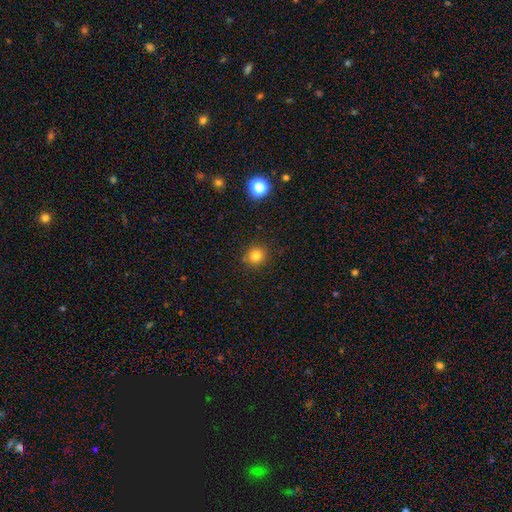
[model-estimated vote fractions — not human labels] Morphology: type=smooth (81%); roundness=round (93%); merging=none (88%).